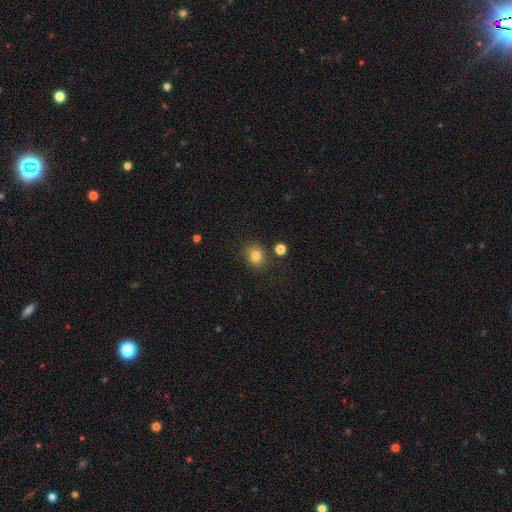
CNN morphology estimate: The model was most divided on "how rounded": round: 66%, in between: 33%, cigar-shaped: 1%. More confident: smooth or featured — smooth (82%); merging — none (80%).